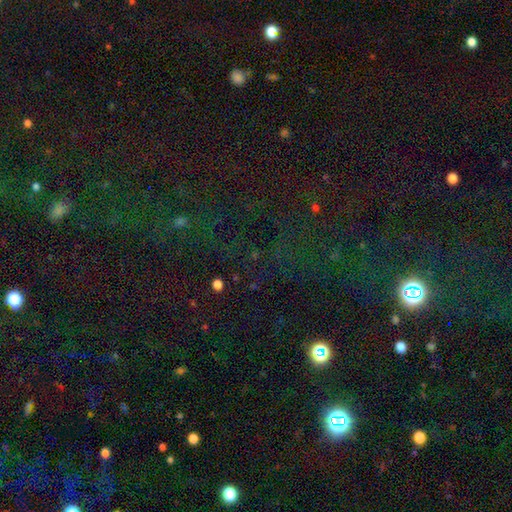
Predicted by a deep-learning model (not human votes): smooth_or_featured: star or artifact (p=0.73) [alt: smooth p=0.18]